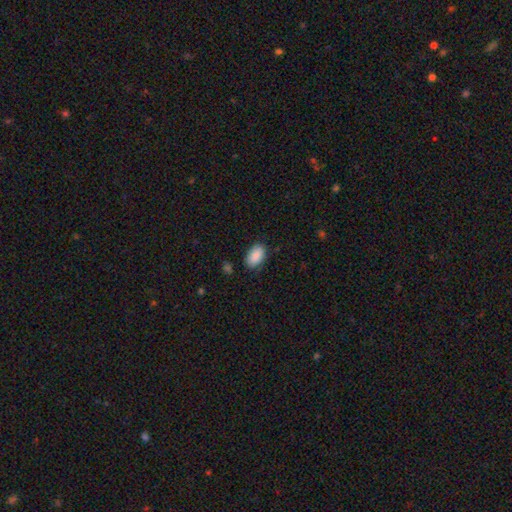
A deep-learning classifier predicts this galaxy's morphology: A smooth galaxy with no disk features (89%) that is in between round and cigar-shaped (93%). Merging: none (80%).